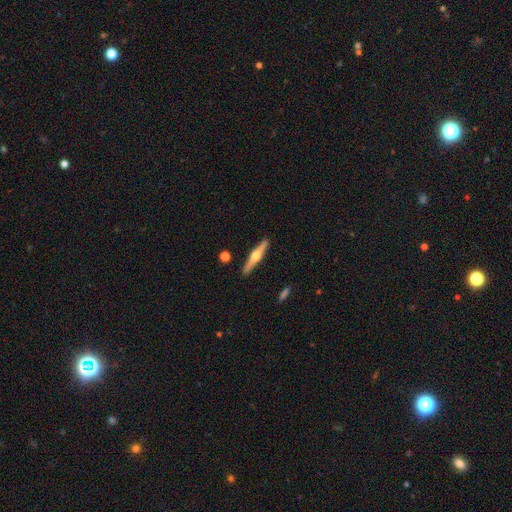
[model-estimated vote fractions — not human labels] Overall: featured or disk (69%). Edge-on disk: yes (97%). Edge-on bulge: rounded (95%). Merging: none (90%).